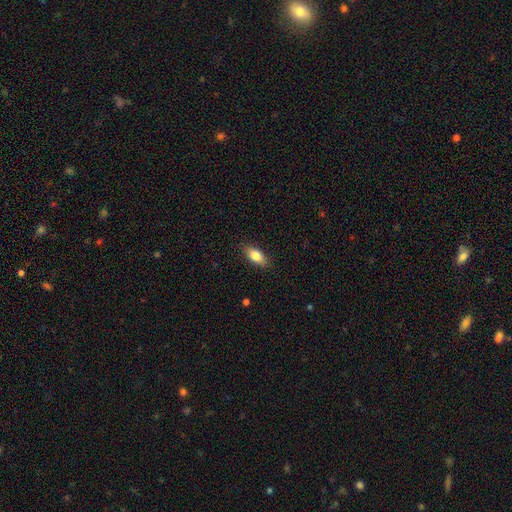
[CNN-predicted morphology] Overall: smooth (81%). How rounded: in between (83%). Merging: none (87%).